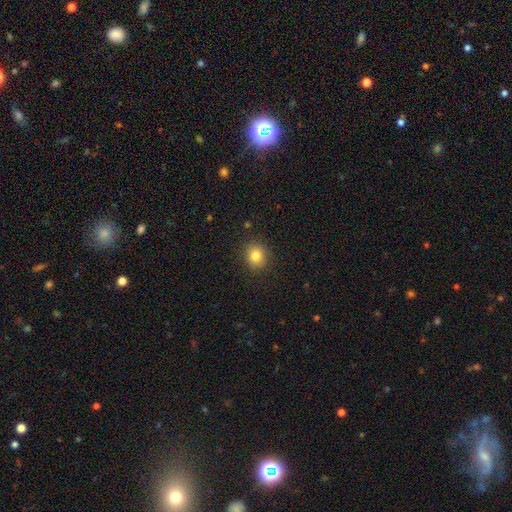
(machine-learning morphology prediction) Overall: smooth (82%). How rounded: round (80%). Merging: none (89%).